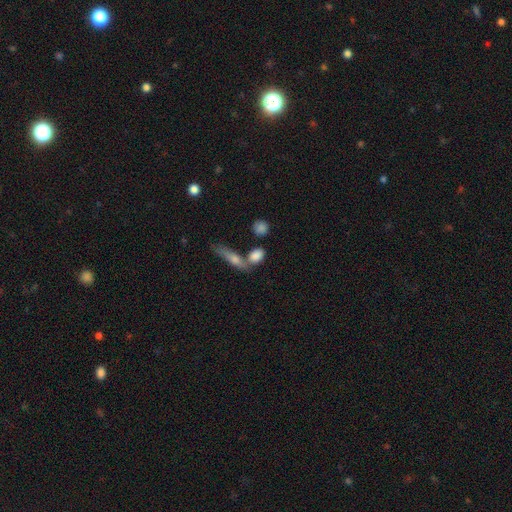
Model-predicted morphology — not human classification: smooth-or-featured: smooth: 81% | featured or disk: 11% | star or artifact: 8%
  how-rounded: in between: 64% | round: 22% | cigar-shaped: 14%
  merging: none: 51% | merger: 31% | minor disturbance: 13% | major disturbance: 5%